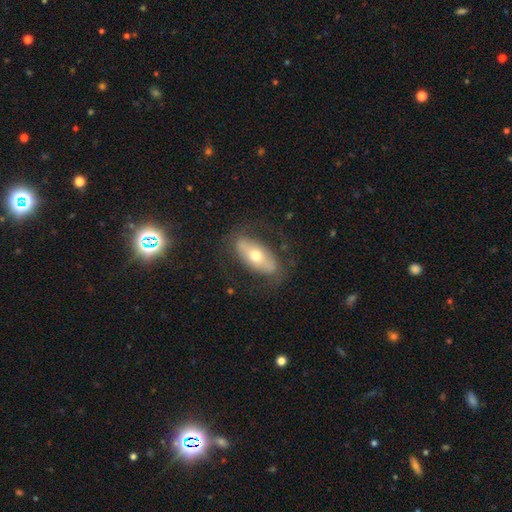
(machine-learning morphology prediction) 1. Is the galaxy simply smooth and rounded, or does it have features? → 51% featured or disk, 40% smooth, 9% star or artifact.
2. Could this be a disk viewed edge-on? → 75% no, 25% yes.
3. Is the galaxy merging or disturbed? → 74% none, 16% minor disturbance, 9% major disturbance, 2% merger.